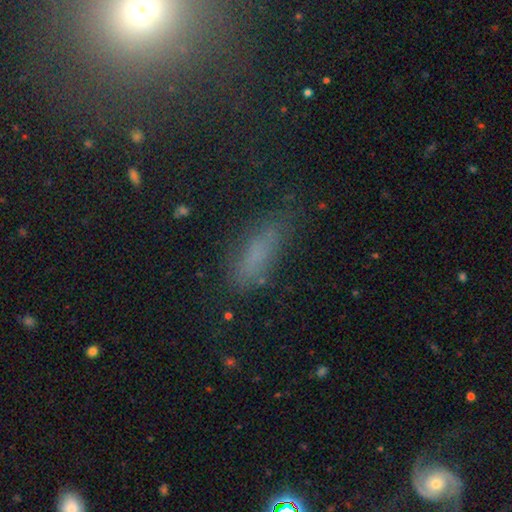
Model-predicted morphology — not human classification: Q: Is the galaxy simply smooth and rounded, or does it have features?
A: smooth — 67%.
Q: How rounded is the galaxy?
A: cigar-shaped — 54%.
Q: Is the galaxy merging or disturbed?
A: none — 69%.